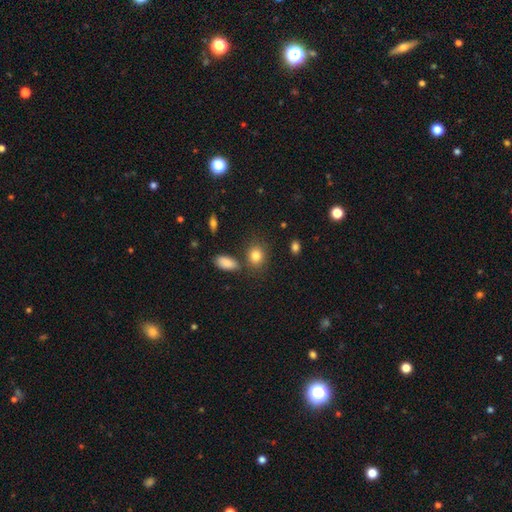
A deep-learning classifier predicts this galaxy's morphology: Smooth or featured?
  - smooth: 83% *
  - star or artifact: 10%
  - featured or disk: 7%
How rounded?
  - round: 54% *
  - in between: 44%
  - cigar-shaped: 2%
Merging?
  - none: 74% *
  - minor disturbance: 12%
  - merger: 9%
  - major disturbance: 4%